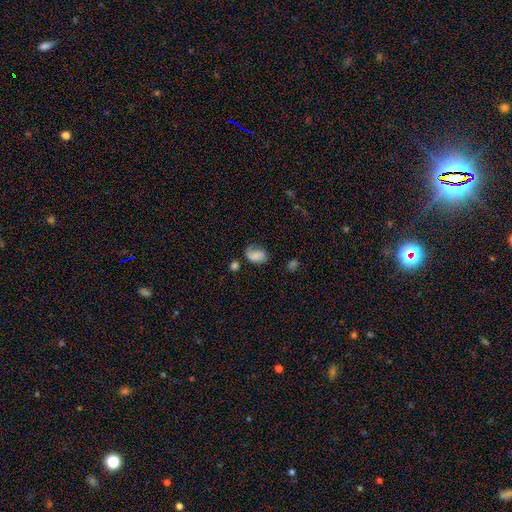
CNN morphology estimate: smooth-or-featured: smooth: 69% | featured or disk: 21% | star or artifact: 10%
  how-rounded: in between: 78% | round: 20% | cigar-shaped: 1%
  merging: none: 46% | minor disturbance: 30% | major disturbance: 20% | merger: 4%